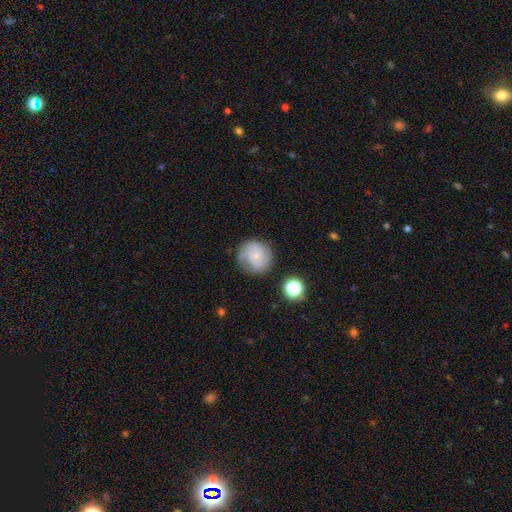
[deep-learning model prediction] Overall: smooth (46%; featured or disk 45%). Merging: none (70%).